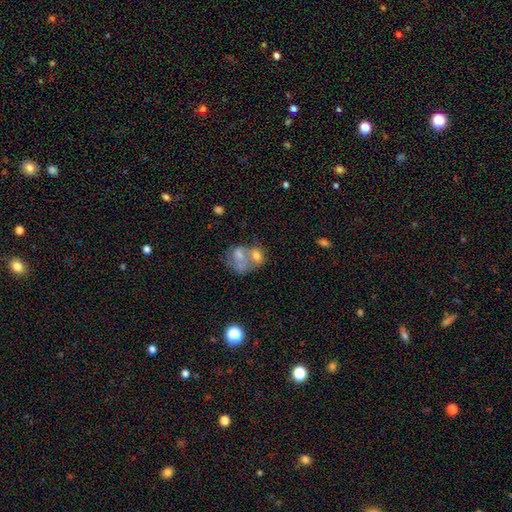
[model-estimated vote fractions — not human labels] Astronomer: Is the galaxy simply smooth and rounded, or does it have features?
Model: smooth — 50% (runner-up: featured or disk, 37%).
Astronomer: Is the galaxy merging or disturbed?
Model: merger — 63%.